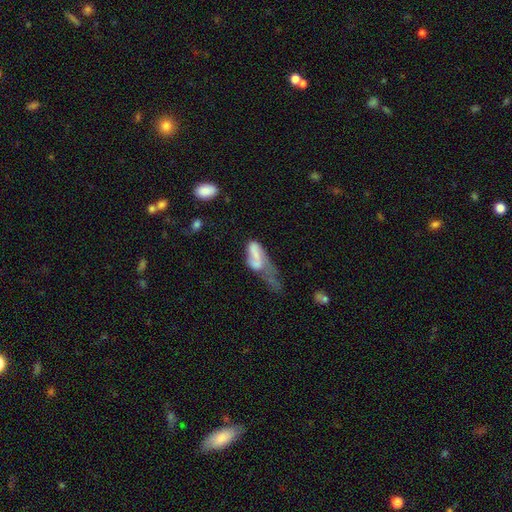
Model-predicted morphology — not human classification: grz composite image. It shows a smooth galaxy with no disk features (54%) that is in between round and cigar-shaped (79%). Merging: major disturbance (46%).